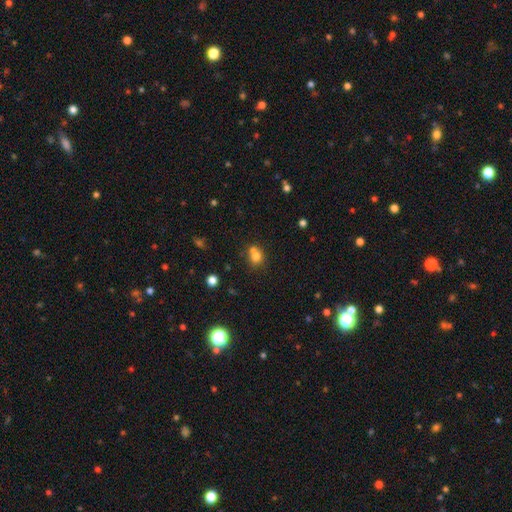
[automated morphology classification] Smooth or featured?
  - smooth: 74% *
  - star or artifact: 13%
  - featured or disk: 13%
How rounded?
  - round: 71% *
  - in between: 28%
  - cigar-shaped: 1%
Merging?
  - merger: 43% *
  - none: 42%
  - minor disturbance: 11%
  - major disturbance: 4%